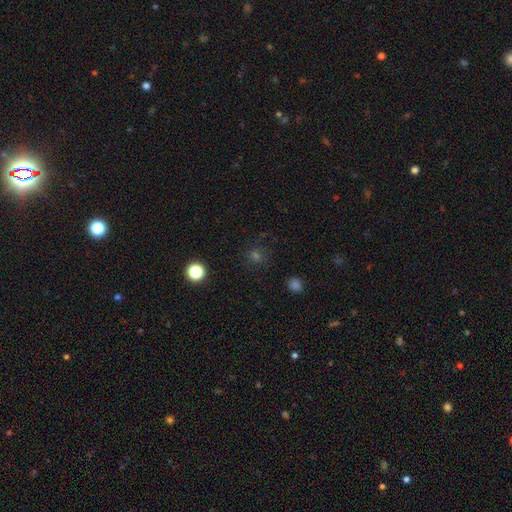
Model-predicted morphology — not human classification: A smooth galaxy with no disk features (54%) that is round (90%).

Vote fractions:
- Smooth or featured? smooth: 54% / star or artifact: 37% / featured or disk: 9%
- How rounded? round: 90% / in between: 9% / cigar-shaped: 1%
- Merging? none: 83% / minor disturbance: 10% / major disturbance: 5% / merger: 2%